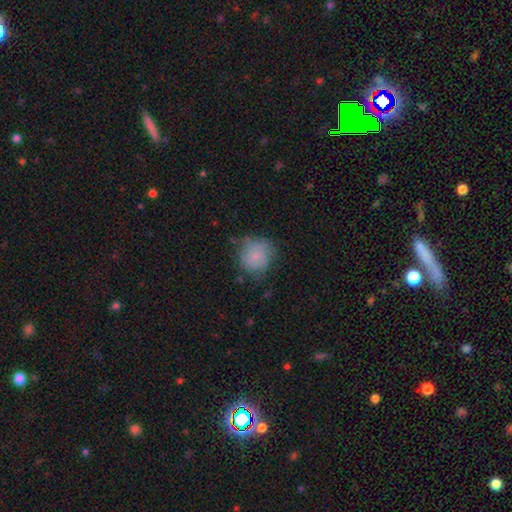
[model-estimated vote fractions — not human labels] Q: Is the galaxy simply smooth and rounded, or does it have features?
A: smooth — 78%.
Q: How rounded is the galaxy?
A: round — 86%.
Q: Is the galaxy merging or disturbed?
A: none — 62%.